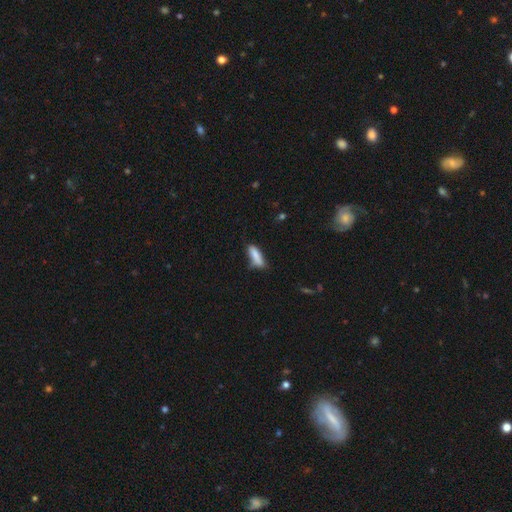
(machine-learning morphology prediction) Smooth or featured?
  - smooth: 81% *
  - featured or disk: 11%
  - star or artifact: 7%
How rounded?
  - cigar-shaped: 57% *
  - in between: 41%
  - round: 2%
Merging?
  - none: 58% *
  - minor disturbance: 28%
  - major disturbance: 7%
  - merger: 6%